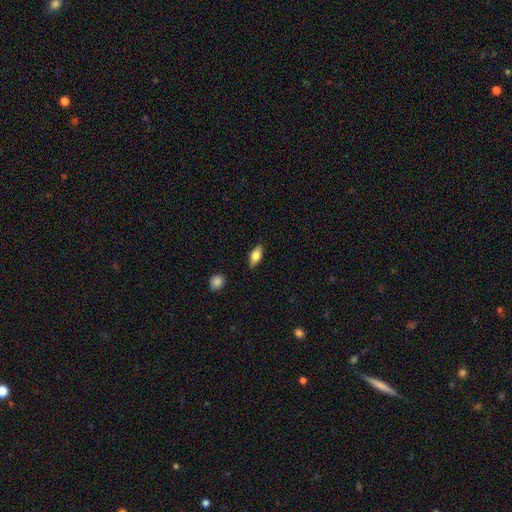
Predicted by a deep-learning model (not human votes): Smooth or featured? Predicted: smooth (p=0.72). How rounded? Predicted: in between (p=0.84). Merging? Predicted: none (p=0.86).